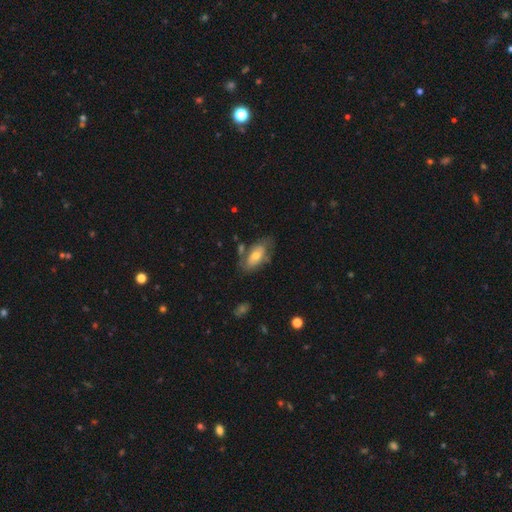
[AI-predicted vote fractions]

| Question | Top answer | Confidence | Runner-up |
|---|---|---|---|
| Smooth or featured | featured or disk | 46% | tied: smooth (46%) |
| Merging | none | 63% | minor disturbance (22%) |